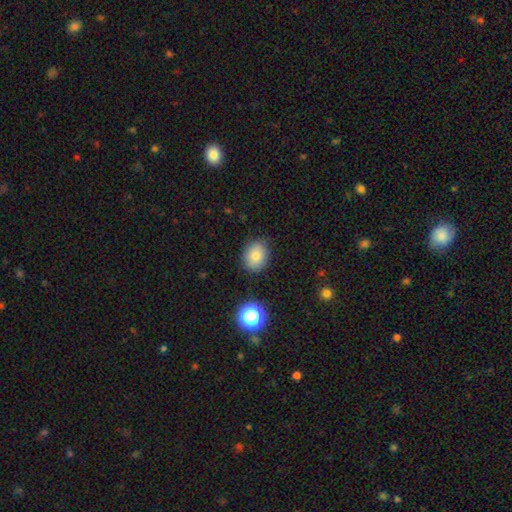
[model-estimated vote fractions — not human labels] Smooth or featured? smooth (81%)
How rounded? in between (53%)
Merging? none (83%)